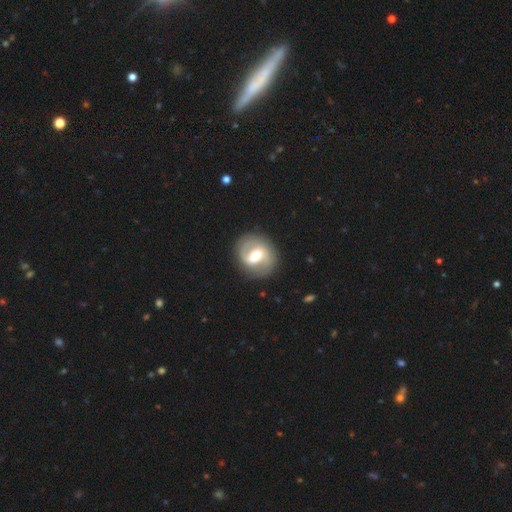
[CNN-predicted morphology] type=featured or disk (72%); edge-on=no (97%); bar=weak (47%); spiral arms=yes (81%); winding=medium (42%); arm count=2 (82%); bulge=moderate (67%); merging=none (83%).